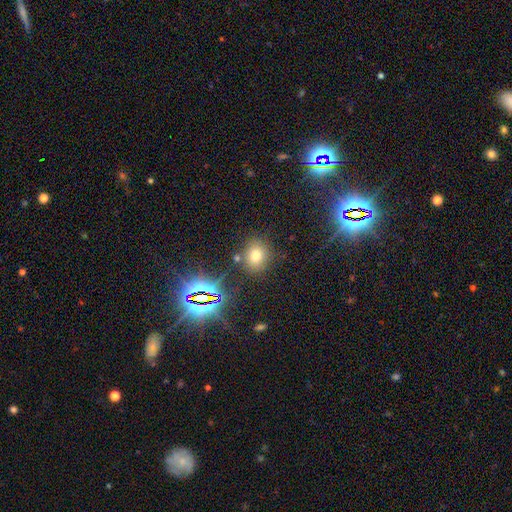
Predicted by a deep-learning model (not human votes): smooth 66%, star or artifact 24%, featured or disk 10%. Down the decision tree: how rounded — round (71%); merging — none (78%).